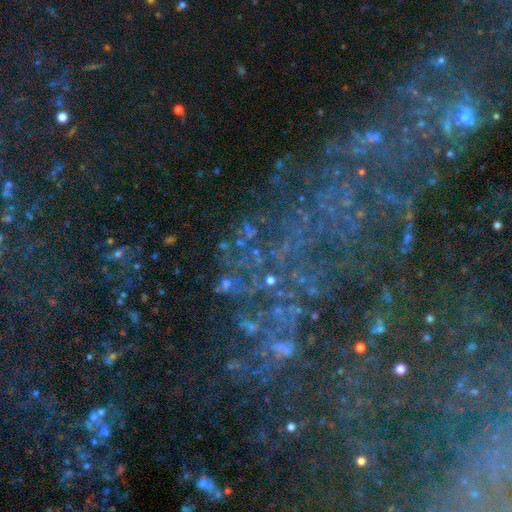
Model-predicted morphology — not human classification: A star or artifact, not a galaxy (60%).

Vote fractions:
- Smooth or featured? star or artifact: 60% / featured or disk: 26% / smooth: 14%